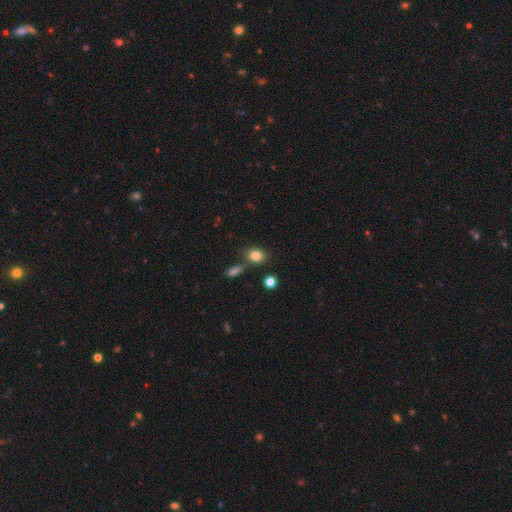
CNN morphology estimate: Overall: smooth (82%). How rounded: in between (51%; round 47%). Merging: none (72%).